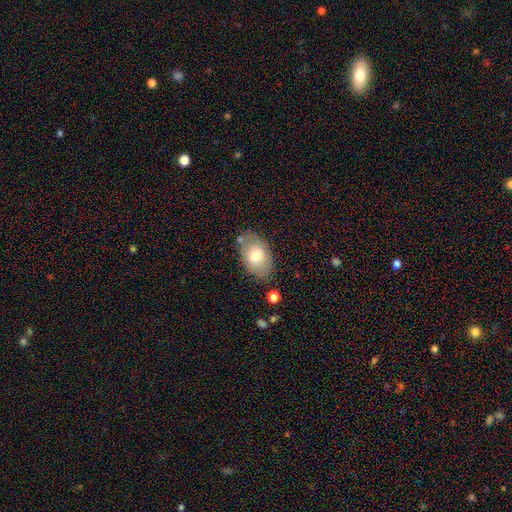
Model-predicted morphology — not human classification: The model was most divided on "smooth or featured": smooth: 70%, featured or disk: 23%, star or artifact: 7%. More confident: how rounded — in between (88%); merging — none (74%).